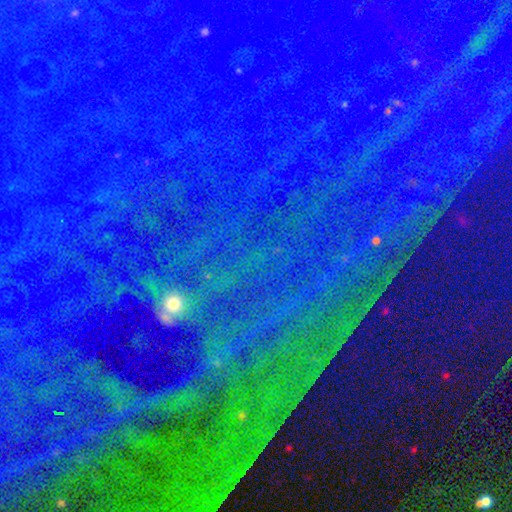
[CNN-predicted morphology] This is clearly a star or artifact rather than a galaxy (85%).